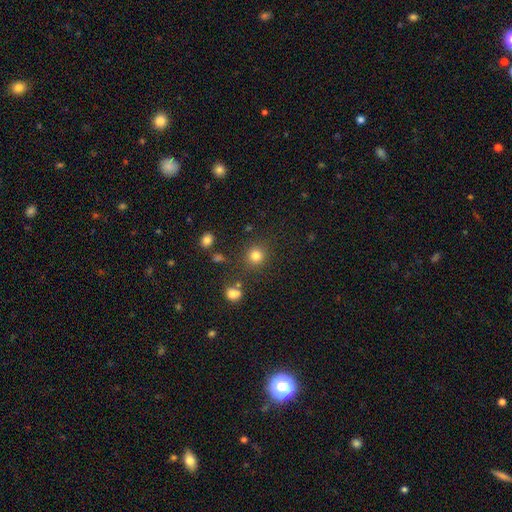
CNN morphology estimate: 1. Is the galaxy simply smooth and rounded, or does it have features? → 81% smooth, 13% star or artifact, 5% featured or disk.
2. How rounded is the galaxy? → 91% round, 8% in between, 1% cigar-shaped.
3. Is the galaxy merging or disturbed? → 84% none, 8% minor disturbance, 4% merger, 4% major disturbance.